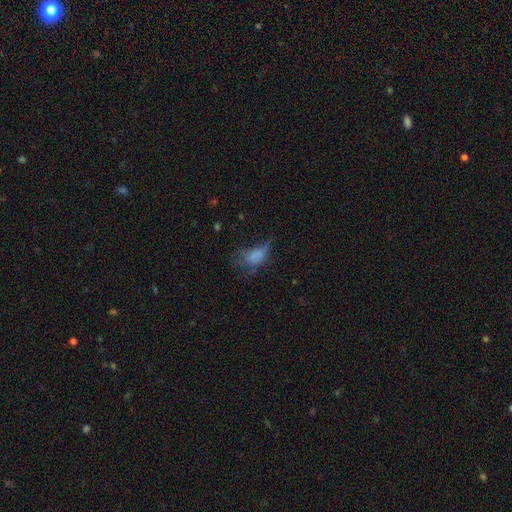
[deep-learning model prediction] smooth-or-featured: smooth: 63% | featured or disk: 22% | star or artifact: 15%
  how-rounded: in between: 84% | round: 9% | cigar-shaped: 7%
  merging: major disturbance: 43% | minor disturbance: 27% | none: 27% | merger: 3%